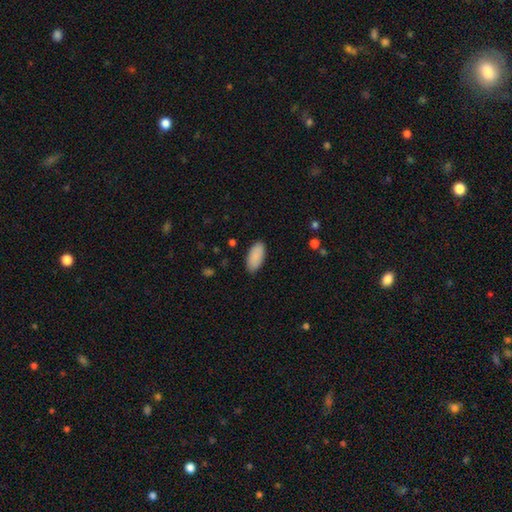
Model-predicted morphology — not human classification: type=smooth (90%); roundness=in between (93%); merging=none (86%).